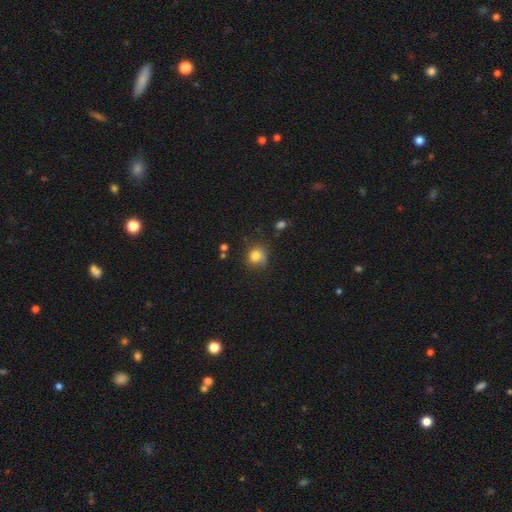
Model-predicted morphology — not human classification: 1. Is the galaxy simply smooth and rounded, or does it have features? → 80% smooth, 12% star or artifact, 8% featured or disk.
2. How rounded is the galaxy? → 86% round, 14% in between, 1% cigar-shaped.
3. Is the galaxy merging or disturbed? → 67% none, 22% minor disturbance, 6% major disturbance, 4% merger.